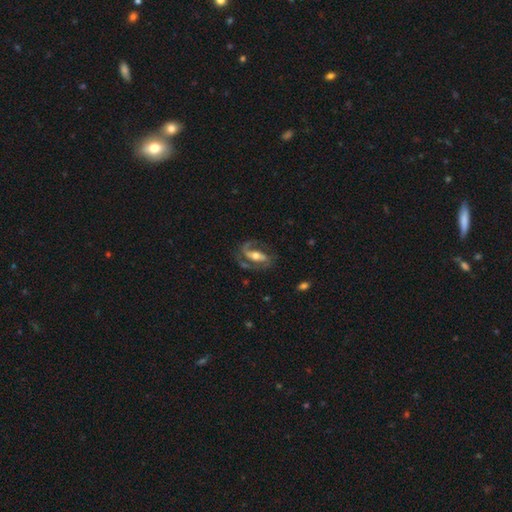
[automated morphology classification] Smooth or featured: featured or disk — 79% (smooth — 16%)
Edge-on disk: no — 92% (yes — 8%)
Bar: strong — 45% (weak — 29%)
Spiral arms: yes — 89% (no — 11%)
Spiral winding: medium — 48% (loose — 29%)
Spiral arm count: 2 — 77% (1 — 15%)
Bulge size: moderate — 65% (small — 19%)
Merging: none — 62% (major disturbance — 18%)